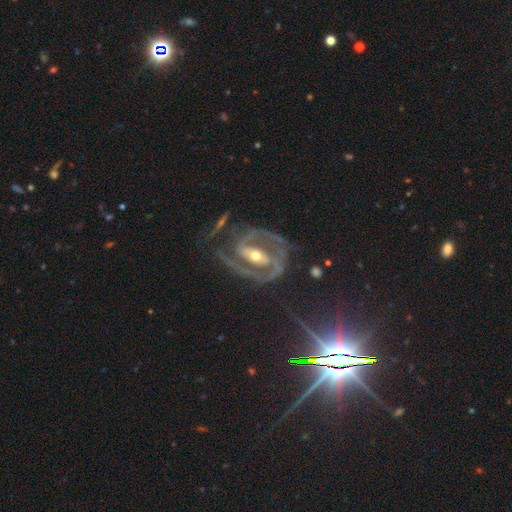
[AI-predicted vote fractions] featured or disk 89%, star or artifact 6%, smooth 5%. Down the decision tree: edge-on disk — no (96%); bar — strong (44%); spiral arms — yes (95%); spiral arm count — 2 (78%); spiral winding — medium (48%); bulge size — moderate (62%); merging — none (63%).